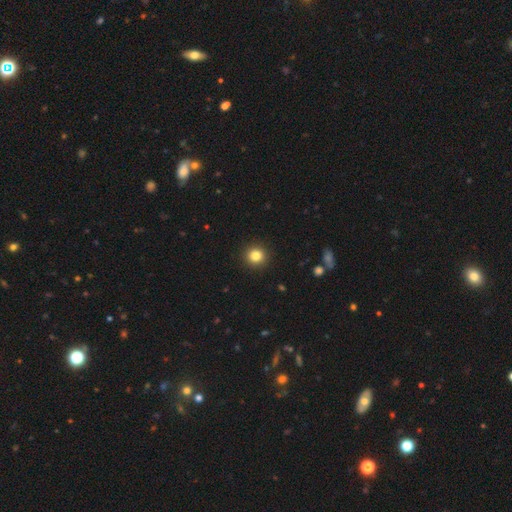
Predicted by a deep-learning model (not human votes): smooth 83%, star or artifact 11%, featured or disk 5%. Down the decision tree: how rounded — round (93%); merging — none (92%).